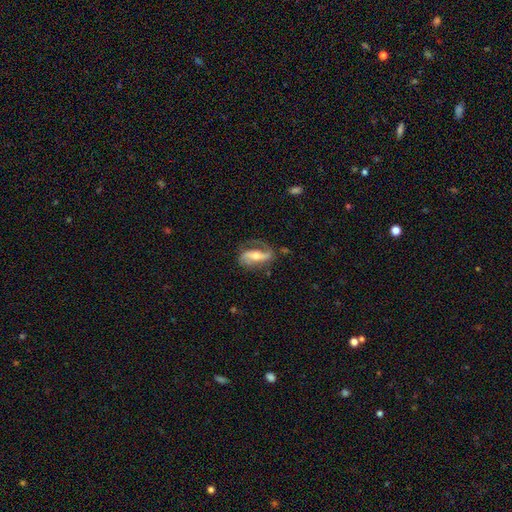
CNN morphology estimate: Smooth or featured?
  - featured or disk: 78% *
  - smooth: 16%
  - star or artifact: 6%
Edge-on disk?
  - no: 90% *
  - yes: 10%
Bar?
  - strong: 49% *
  - weak: 26%
  - no: 25%
Spiral arms?
  - yes: 90% *
  - no: 10%
Spiral winding?
  - loose: 43% *
  - medium: 37%
  - tight: 20%
Spiral arm count?
  - 2: 70% *
  - 1: 23%
  - can't tell: 5%
  - 3: 1%
  - 4: 1%
  - more than 4: 1%
Bulge size?
  - moderate: 57% *
  - small: 36%
  - large: 4%
  - none: 2%
  - dominant: 1%
Merging?
  - none: 61% *
  - minor disturbance: 21%
  - major disturbance: 16%
  - merger: 2%